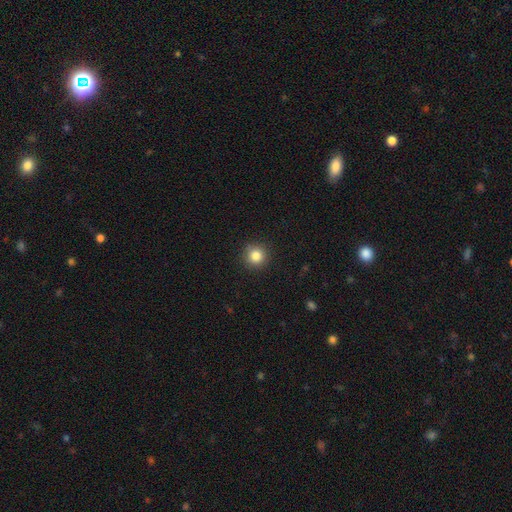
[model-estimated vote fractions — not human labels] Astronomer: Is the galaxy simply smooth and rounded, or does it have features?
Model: smooth — 84%.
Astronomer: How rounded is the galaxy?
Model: round — 94%.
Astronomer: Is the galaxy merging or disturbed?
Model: none — 91%.